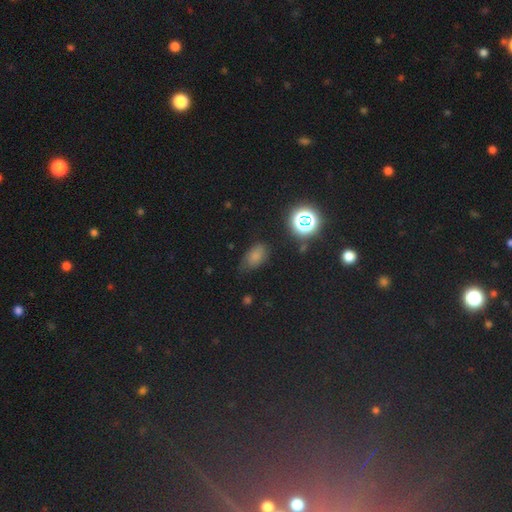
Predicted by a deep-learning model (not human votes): smooth_or_featured: smooth (p=0.69) [alt: star or artifact p=0.22]
how_rounded: in between (p=0.86) [alt: round p=0.11]
merging: none (p=0.63) [alt: minor disturbance p=0.27]